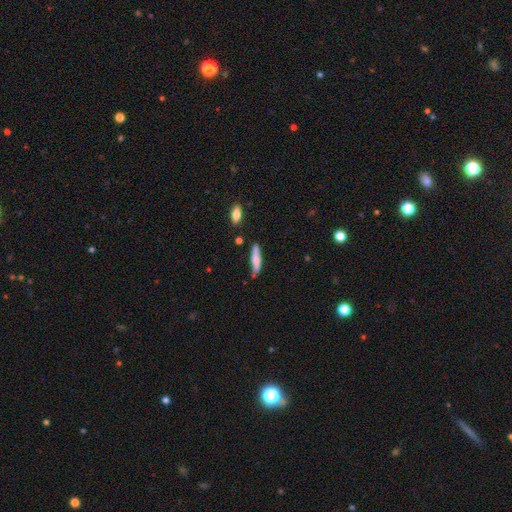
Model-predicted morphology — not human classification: Overall: smooth (64%; featured or disk 28%). How rounded: cigar-shaped (81%). Merging: none (67%).